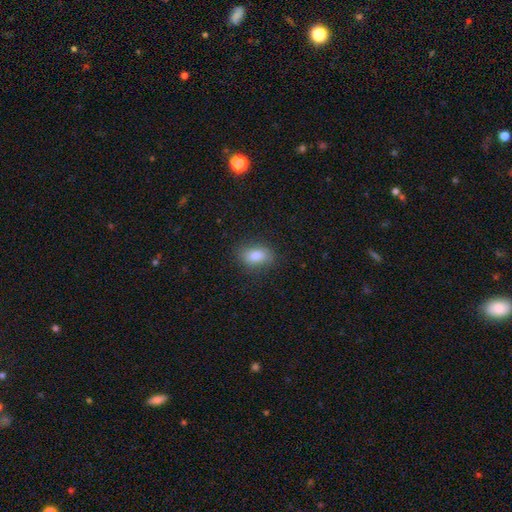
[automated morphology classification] type=smooth (83%); roundness=in between (86%); merging=none (82%).